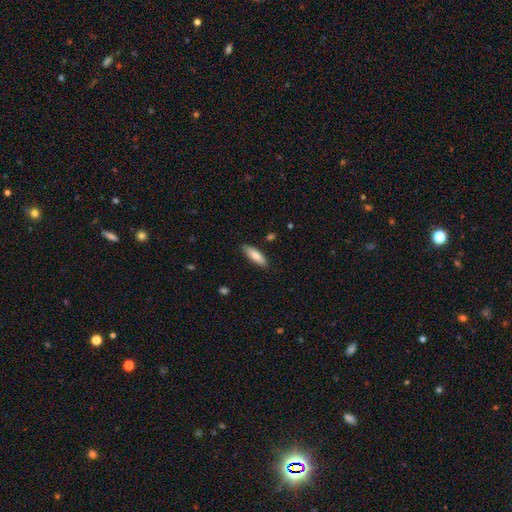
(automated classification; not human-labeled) This appears to be a smooth galaxy with no disk features (78%) that is cigar-shaped (50%). Merging: none (86%).